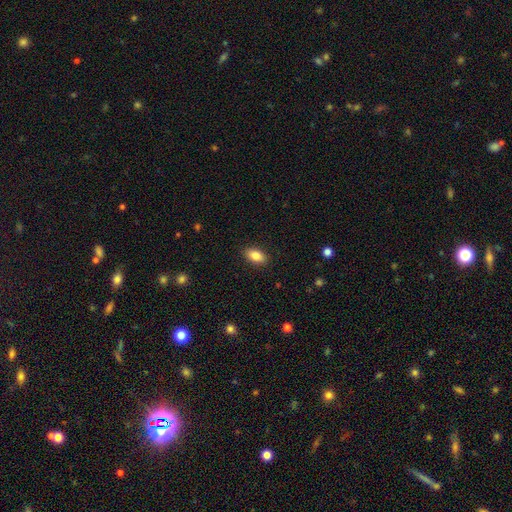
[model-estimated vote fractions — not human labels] smooth_or_featured: smooth (p=0.85) [alt: star or artifact p=0.08]
how_rounded: in between (p=0.91) [alt: round p=0.06]
merging: none (p=0.89) [alt: minor disturbance p=0.08]